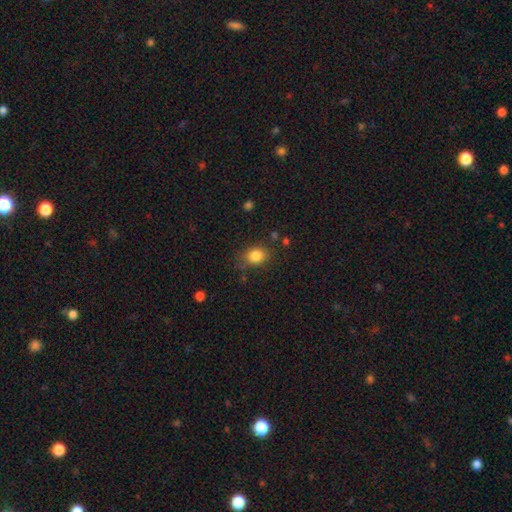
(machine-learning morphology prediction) The model was most divided on "how rounded": in between: 53%, round: 46%, cigar-shaped: 1%. More confident: smooth or featured — smooth (84%); merging — none (72%).